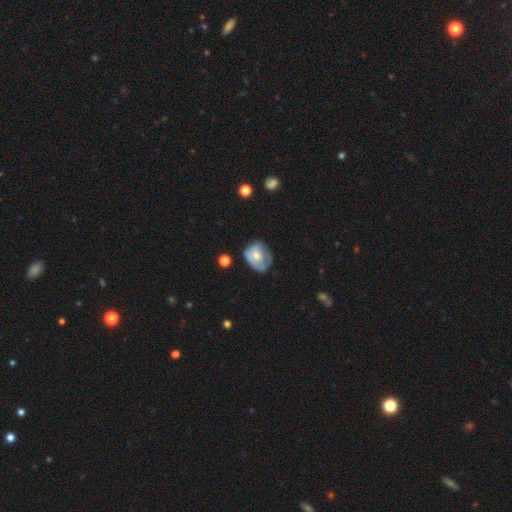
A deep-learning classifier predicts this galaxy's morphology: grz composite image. It shows a smooth galaxy with no disk features (53%) that is in between round and cigar-shaped (51%). Merging: none (48%).